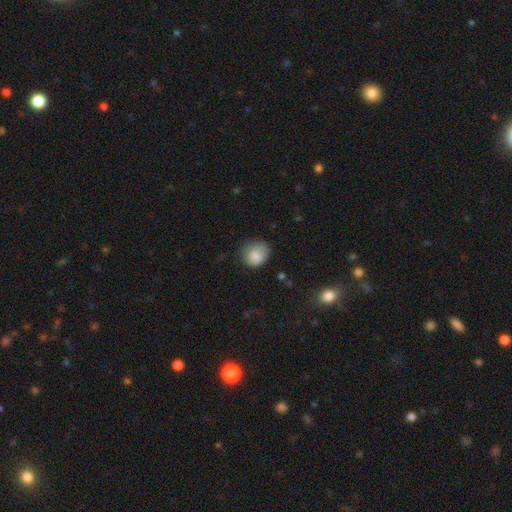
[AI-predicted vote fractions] Smooth or featured? smooth (84%)
How rounded? round (70%)
Merging? none (62%)